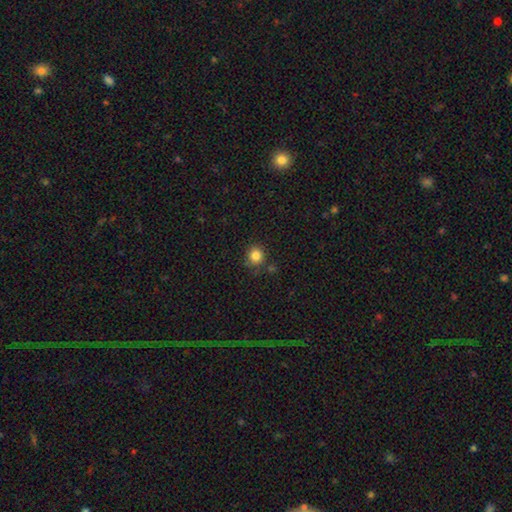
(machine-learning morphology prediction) smooth 84%, star or artifact 12%, featured or disk 5%. Down the decision tree: how rounded — round (89%); merging — none (80%).